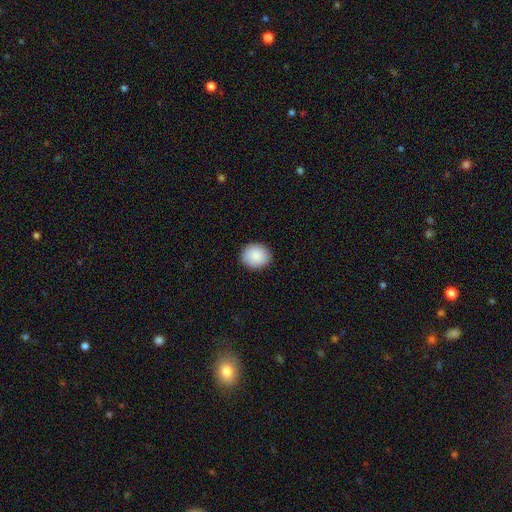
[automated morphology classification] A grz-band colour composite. It shows a smooth galaxy with no disk features (88%) that is round (67%). Merging: none (89%).